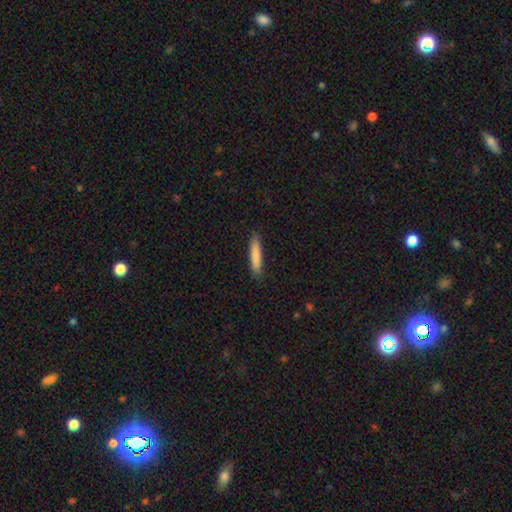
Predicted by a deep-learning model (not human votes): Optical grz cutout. It shows a smooth galaxy with no disk features (83%) that is cigar-shaped (88%). Merging: none (88%).